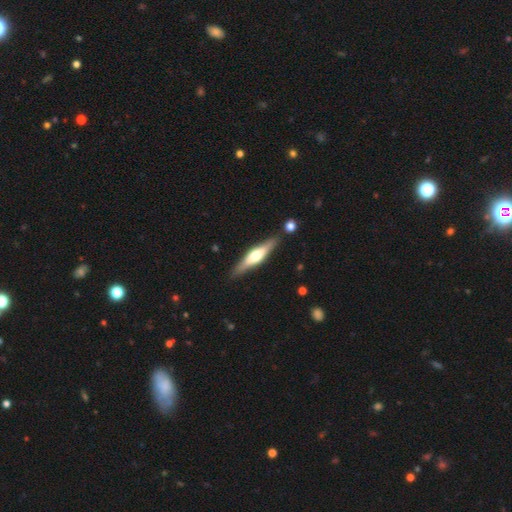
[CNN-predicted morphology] Q: Smooth or featured?
A: featured or disk (59%); runner-up: smooth (36%)
Q: Edge-on disk?
A: yes (94%); runner-up: no (6%)
Q: Edge-on bulge?
A: rounded (88%); runner-up: boxy (8%)
Q: Merging?
A: none (85%); runner-up: minor disturbance (10%)